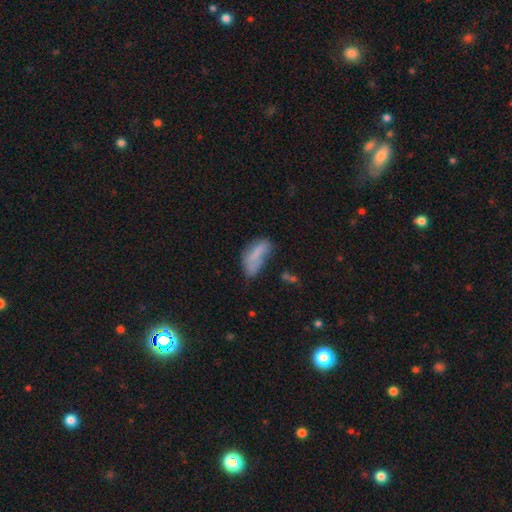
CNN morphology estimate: Overall: smooth (68%). How rounded: in between (81%). Merging: none (36%; minor disturbance 33%).